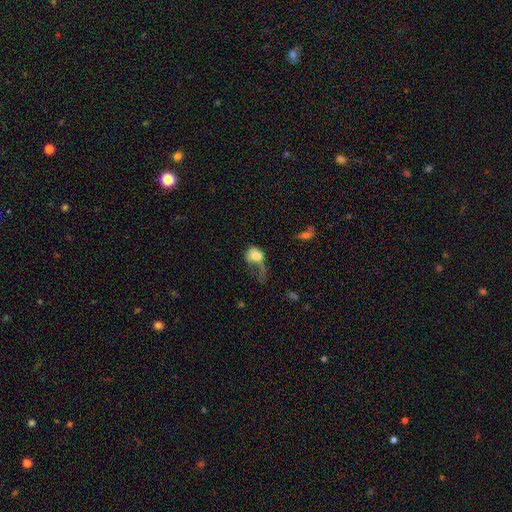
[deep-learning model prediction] smooth_or_featured: smooth (p=0.66) [alt: featured or disk p=0.24]
how_rounded: in between (p=0.56) [alt: round p=0.43]
merging: major disturbance (p=0.63) [alt: minor disturbance p=0.16]